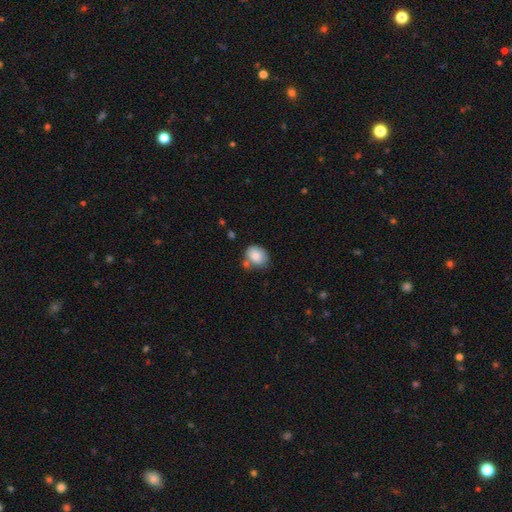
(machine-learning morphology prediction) smooth 85%, featured or disk 8%, star or artifact 8%. Down the decision tree: how rounded — in between (59%); merging — none (59%).